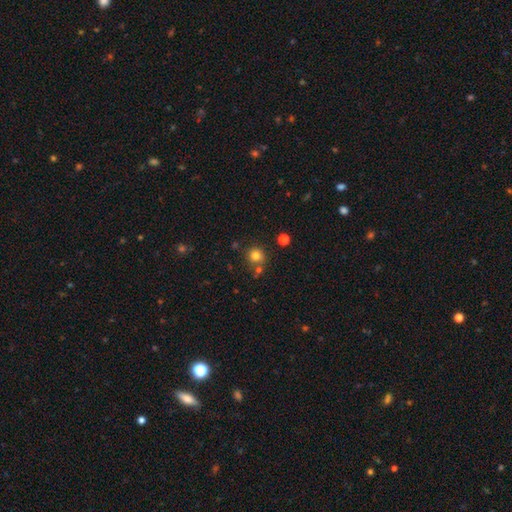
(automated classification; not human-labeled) smooth-or-featured: smooth: 79% | star or artifact: 14% | featured or disk: 7%
  how-rounded: round: 90% | in between: 9% | cigar-shaped: 1%
  merging: none: 71% | merger: 15% | minor disturbance: 10% | major disturbance: 3%